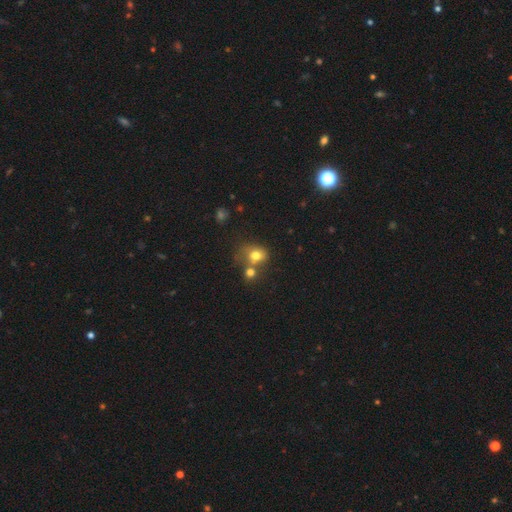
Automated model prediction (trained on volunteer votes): smooth-or-featured: smooth: 74% | featured or disk: 13% | star or artifact: 13%
  how-rounded: round: 60% | in between: 39% | cigar-shaped: 1%
  merging: merger: 41% | none: 38% | minor disturbance: 13% | major disturbance: 7%